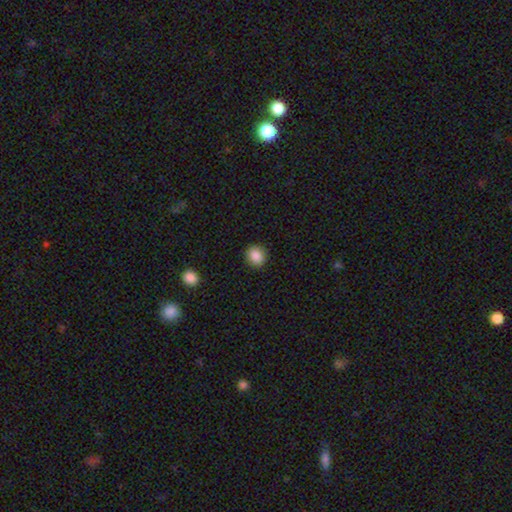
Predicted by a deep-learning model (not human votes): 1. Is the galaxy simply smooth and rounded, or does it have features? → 87% smooth, 9% star or artifact, 4% featured or disk.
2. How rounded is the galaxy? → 79% round, 20% in between, 1% cigar-shaped.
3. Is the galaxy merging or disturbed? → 91% none, 6% minor disturbance, 2% major disturbance, 1% merger.